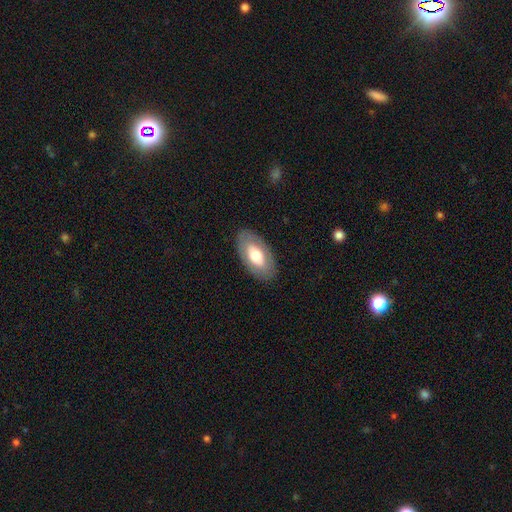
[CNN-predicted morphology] type=smooth (61%); roundness=in between (94%); merging=none (86%).